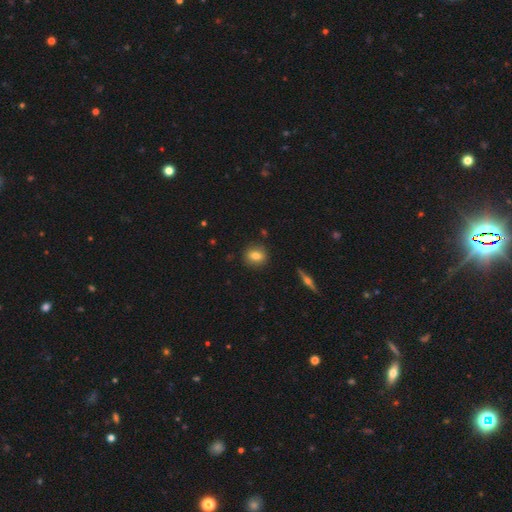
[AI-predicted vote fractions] A smooth galaxy with no disk features (78%) that is round (65%). Merging: none (87%).